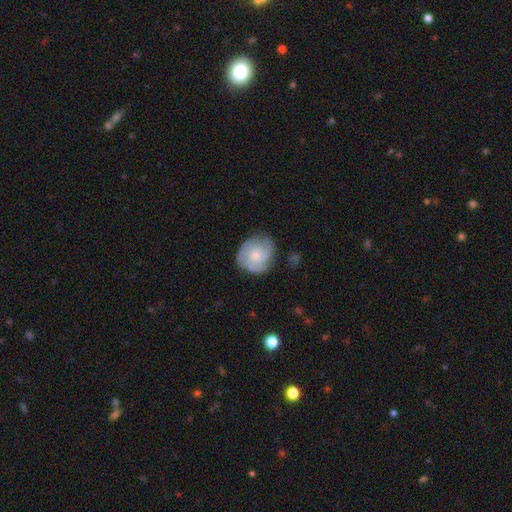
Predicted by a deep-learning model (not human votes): smooth_or_featured: featured or disk (p=0.64) [alt: smooth p=0.30]
disk_edge_on: no (p=0.98) [alt: yes p=0.02]
bar: no (p=0.78) [alt: weak p=0.20]
has_spiral_arms: yes (p=0.90) [alt: no p=0.10]
spiral_winding: tight (p=0.53) [alt: medium p=0.37]
spiral_arm_count: 3 (p=0.40) [alt: can't tell p=0.24]
bulge_size: moderate (p=0.47) [alt: small p=0.43]
merging: none (p=0.71) [alt: minor disturbance p=0.21]